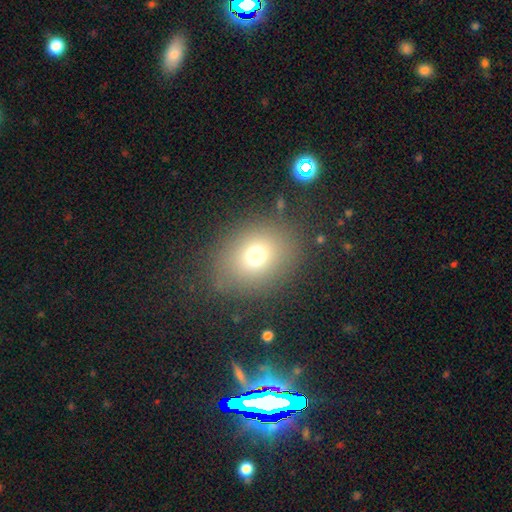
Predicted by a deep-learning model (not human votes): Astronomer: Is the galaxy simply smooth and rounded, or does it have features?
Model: smooth — 72%.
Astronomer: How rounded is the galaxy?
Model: round — 62% (runner-up: in between, 37%).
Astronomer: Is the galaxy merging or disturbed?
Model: none — 81%.